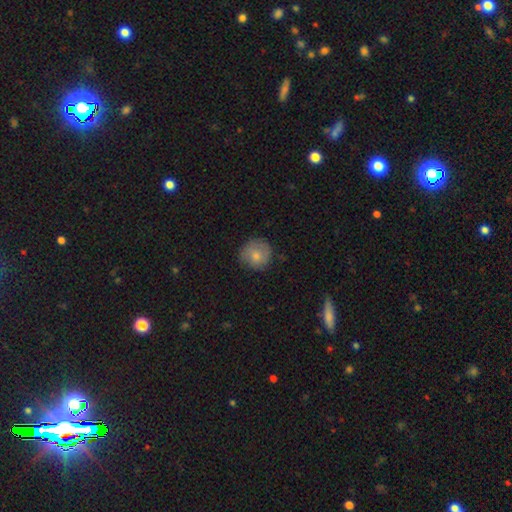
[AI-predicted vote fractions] A smooth galaxy with no disk features (76%) that is round (91%).

Vote fractions:
- Smooth or featured? smooth: 76% / featured or disk: 17% / star or artifact: 8%
- How rounded? round: 91% / in between: 8% / cigar-shaped: 1%
- Merging? none: 77% / minor disturbance: 17% / major disturbance: 4% / merger: 1%